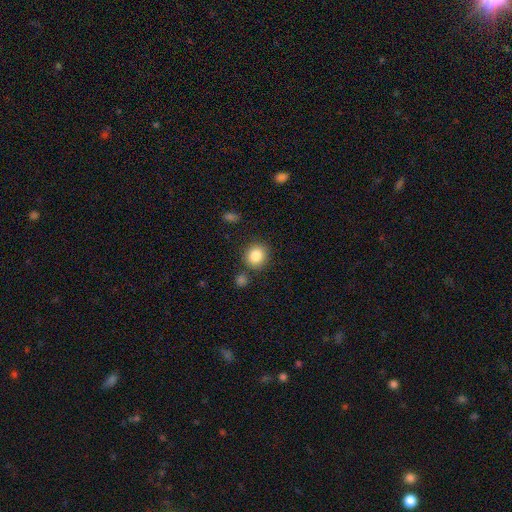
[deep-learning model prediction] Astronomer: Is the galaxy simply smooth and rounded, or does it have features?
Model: smooth — 86%.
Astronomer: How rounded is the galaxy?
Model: round — 80%.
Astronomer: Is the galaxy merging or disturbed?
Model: none — 83%.